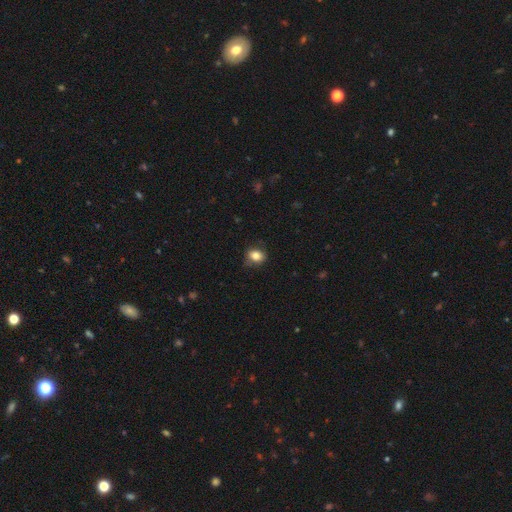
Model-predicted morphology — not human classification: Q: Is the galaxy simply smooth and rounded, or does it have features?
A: smooth — 82%.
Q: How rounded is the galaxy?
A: round — 50%.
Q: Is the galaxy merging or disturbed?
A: none — 77%.